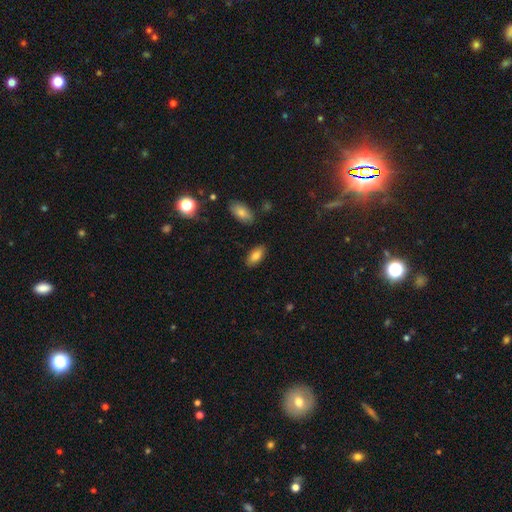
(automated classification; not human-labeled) A smooth galaxy with no disk features (82%) that is in between round and cigar-shaped (90%).

Vote fractions:
- Smooth or featured? smooth: 82% / featured or disk: 11% / star or artifact: 7%
- How rounded? in between: 90% / cigar-shaped: 8% / round: 2%
- Merging? none: 87% / minor disturbance: 9% / major disturbance: 2% / merger: 2%